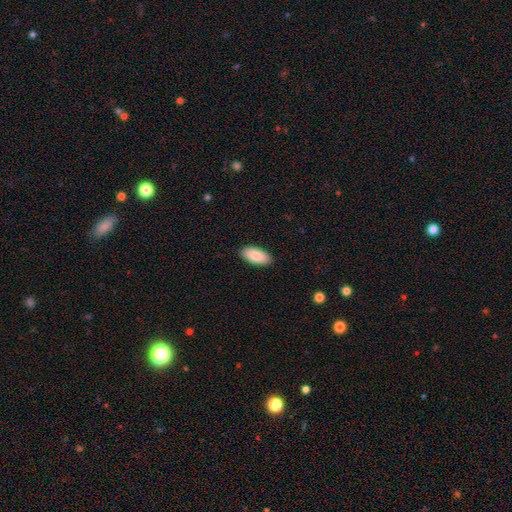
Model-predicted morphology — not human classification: smooth_or_featured: smooth (p=0.87) [alt: featured or disk p=0.07]
how_rounded: in between (p=0.92) [alt: cigar-shaped p=0.06]
merging: none (p=0.89) [alt: minor disturbance p=0.08]